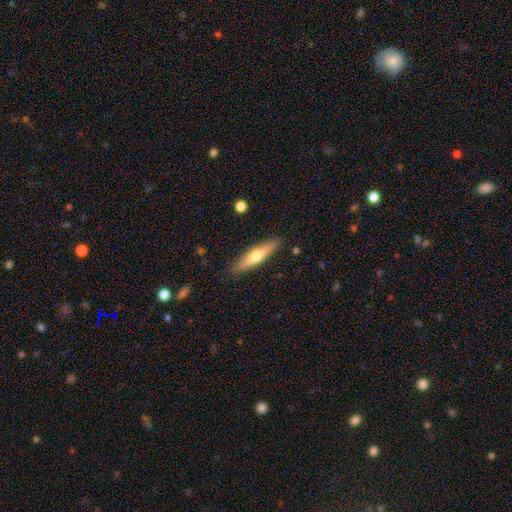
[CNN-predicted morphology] This is possibly a smooth galaxy (48%). Merging: clearly none (87%).